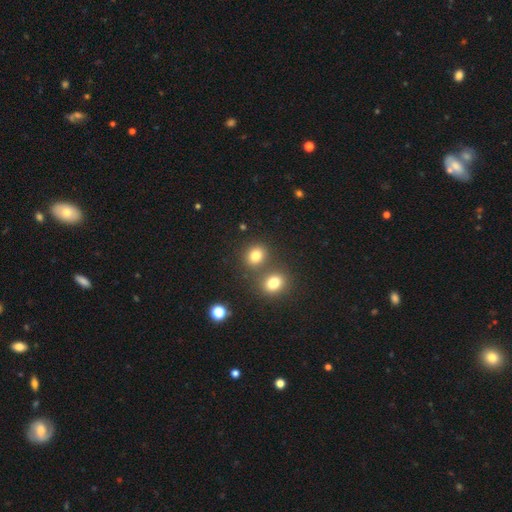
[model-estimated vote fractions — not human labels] Smooth or featured? Predicted: smooth (p=0.80). How rounded? Predicted: round (p=0.67). Merging? Predicted: none (p=0.64).